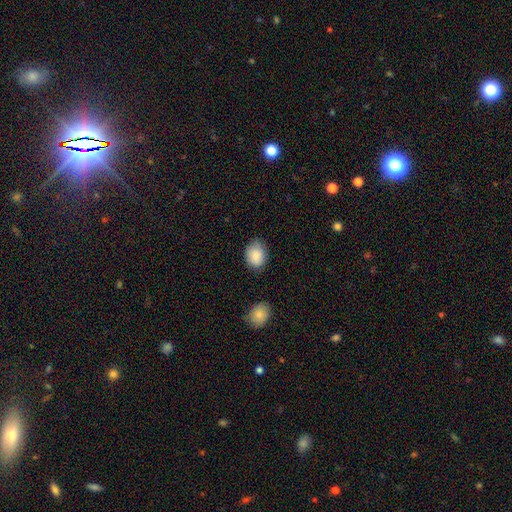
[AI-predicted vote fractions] Smooth or featured?
  - smooth: 87% *
  - star or artifact: 7%
  - featured or disk: 5%
How rounded?
  - in between: 57% *
  - round: 42%
  - cigar-shaped: 1%
Merging?
  - none: 75% *
  - minor disturbance: 19%
  - major disturbance: 4%
  - merger: 2%